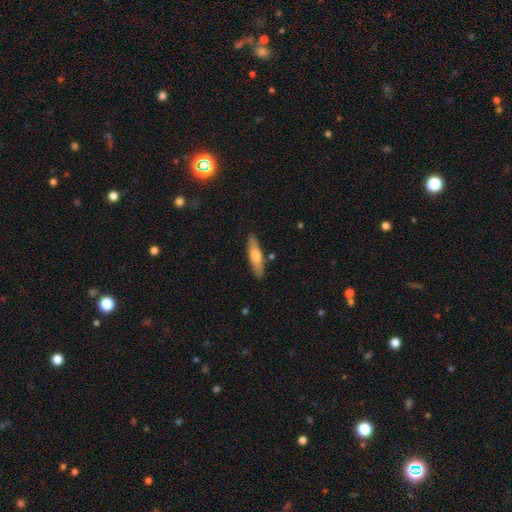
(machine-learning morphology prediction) The model was most divided on "smooth or featured": smooth: 62%, featured or disk: 32%, star or artifact: 5%. More confident: merging — none (85%); how rounded — cigar-shaped (70%).